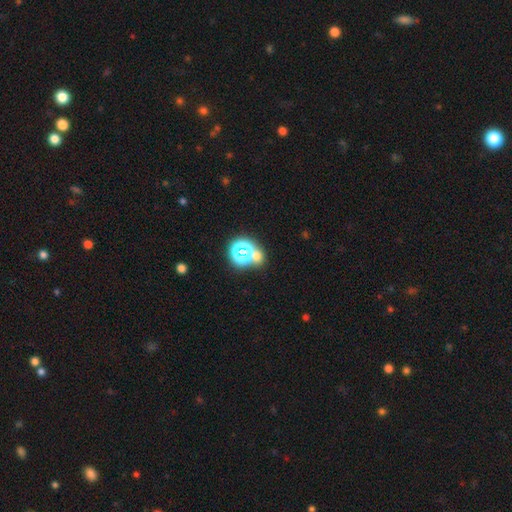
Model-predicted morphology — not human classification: smooth 48%, star or artifact 42%, featured or disk 10%. Down the decision tree: merging — none (56%).